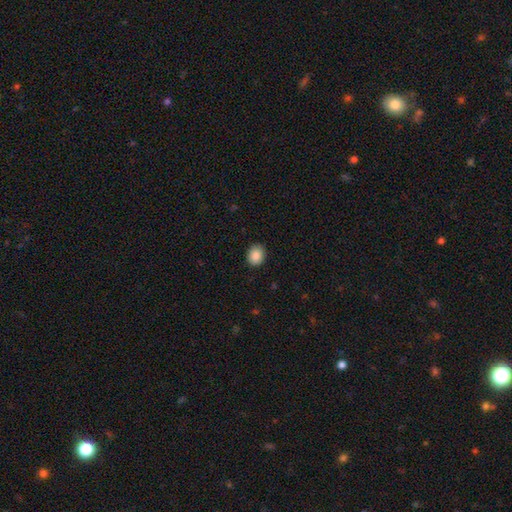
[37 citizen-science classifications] Q: Smooth or featured?
A: smooth (97%); runner-up: featured or disk (3%)
Q: How rounded?
A: round (75%); runner-up: in between (25%)
Q: Merging?
A: none (92%); runner-up: minor disturbance (8%)